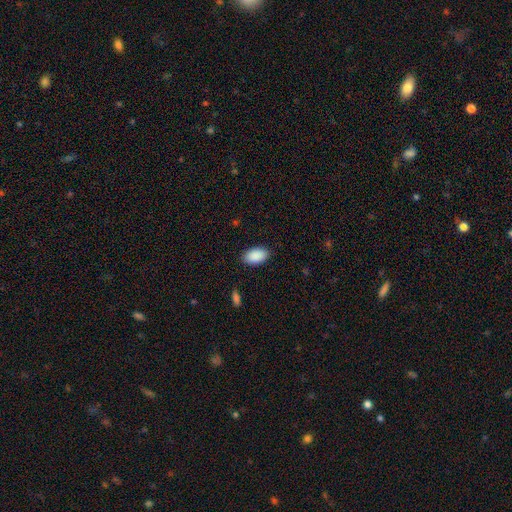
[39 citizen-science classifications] smooth 100%, featured or disk 0%, star or artifact 0%. Down the decision tree: how rounded — in between (95%); merging — none (92%).